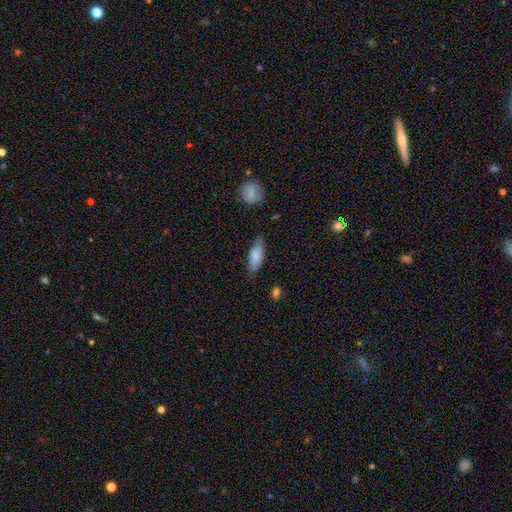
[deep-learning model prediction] Smooth or featured?
  - smooth: 81% *
  - featured or disk: 13%
  - star or artifact: 6%
How rounded?
  - in between: 71% *
  - cigar-shaped: 27%
  - round: 2%
Merging?
  - none: 74% *
  - minor disturbance: 20%
  - major disturbance: 4%
  - merger: 2%